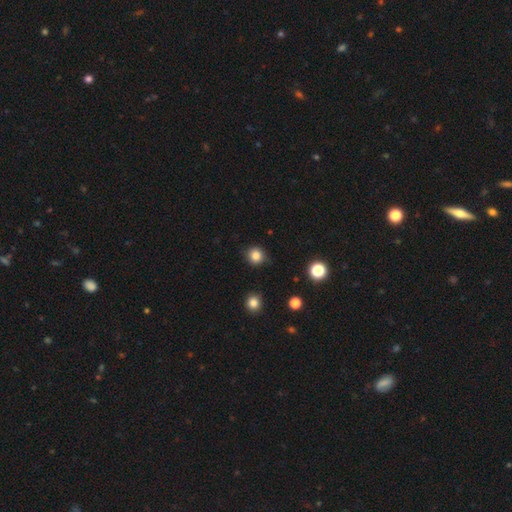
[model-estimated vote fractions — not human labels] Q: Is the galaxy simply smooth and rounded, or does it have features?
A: smooth — 83%.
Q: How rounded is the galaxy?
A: round — 91%.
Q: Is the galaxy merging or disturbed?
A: none — 86%.